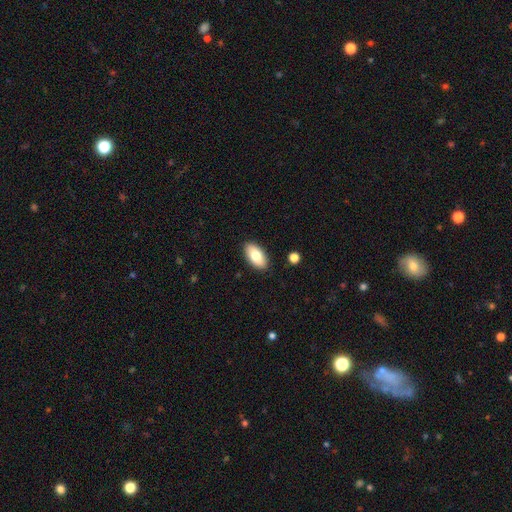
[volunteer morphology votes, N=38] This is clearly a smooth galaxy (82%). How rounded: clearly in between (94%). Merging: clearly none (97%).